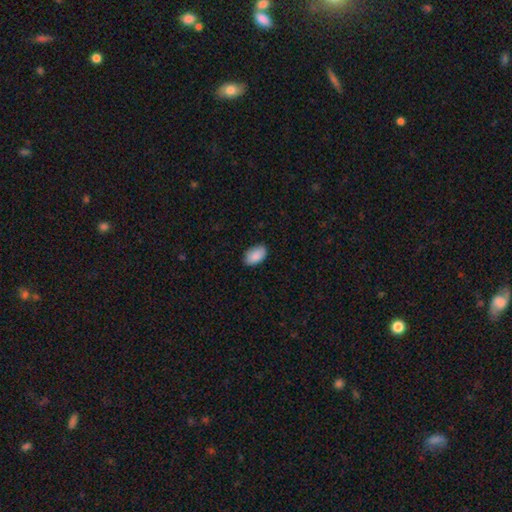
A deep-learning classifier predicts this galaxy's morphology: smooth 90%, star or artifact 6%, featured or disk 4%. Down the decision tree: how rounded — in between (94%); merging — none (84%).